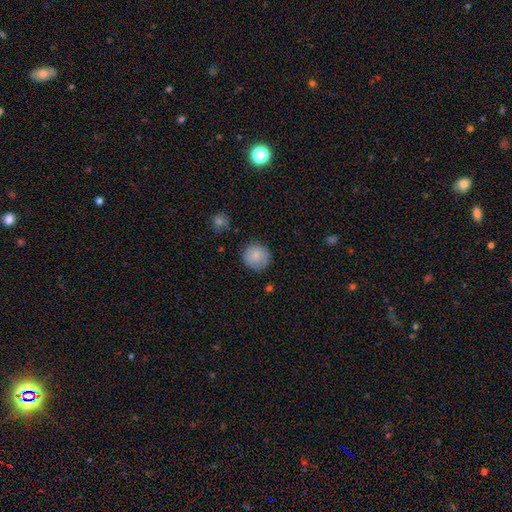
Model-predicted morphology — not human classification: smooth_or_featured: smooth (p=0.82) [alt: featured or disk p=0.11]
how_rounded: round (p=0.93) [alt: in between p=0.06]
merging: none (p=0.82) [alt: minor disturbance p=0.13]